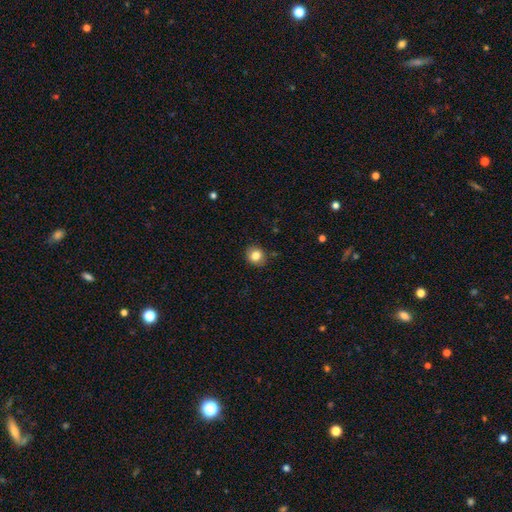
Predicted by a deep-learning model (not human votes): Smooth or featured: smooth — 82% (star or artifact — 10%)
How rounded: round — 82% (in between — 17%)
Merging: none — 88% (minor disturbance — 9%)